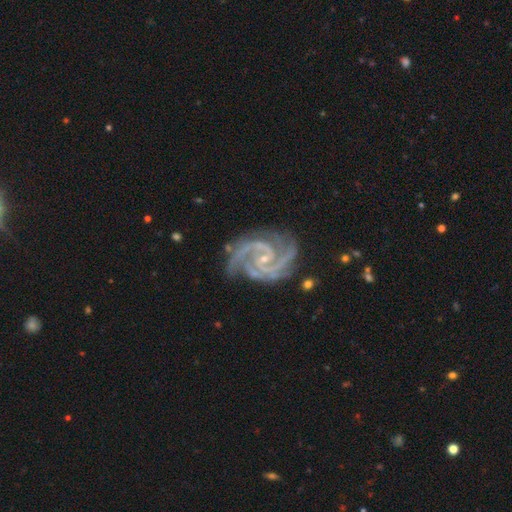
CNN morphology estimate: This appears to be a featured or disk galaxy (92%) with no bar (46%), 2 (47%) medium (51%) spiral arms (99%) and a small central bulge (79%). Merging: none (74%).